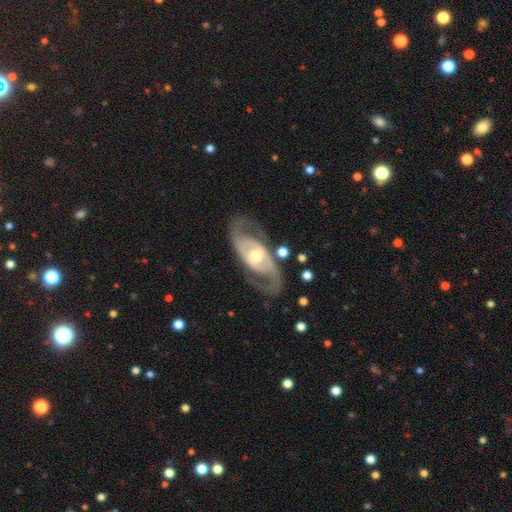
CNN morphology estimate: A featured or disk galaxy (88%) with no bar (54%), 2 (89%) medium (51%) spiral arms (91%) and a moderate central bulge (69%).

Vote fractions:
- Smooth or featured? featured or disk: 88% / smooth: 8% / star or artifact: 4%
- Edge-on disk? no: 94% / yes: 6%
- Bar? no: 54% / weak: 32% / strong: 14%
- Spiral arms? yes: 91% / no: 9%
- Spiral winding? medium: 51% / tight: 25% / loose: 24%
- Spiral arm count? 2: 89% / can't tell: 5% / 1: 2% / 3: 1% / 4: 1% / more than 4: 1%
- Bulge size? moderate: 69% / small: 18% / large: 10% / dominant: 1% / none: 1%
- Merging? none: 75% / minor disturbance: 13% / major disturbance: 9% / merger: 2%